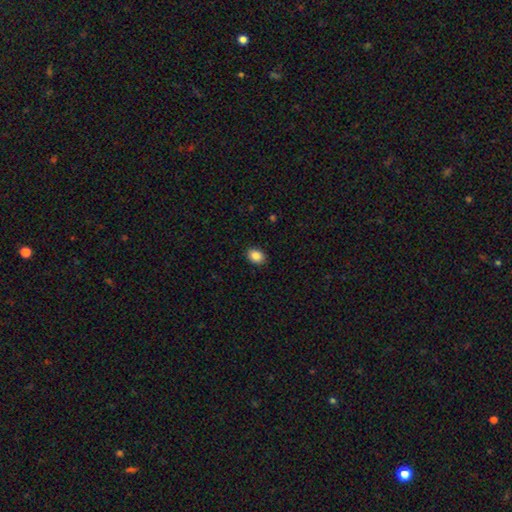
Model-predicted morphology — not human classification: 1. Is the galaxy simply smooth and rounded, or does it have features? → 87% smooth, 9% star or artifact, 4% featured or disk.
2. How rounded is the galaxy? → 62% in between, 37% round, 1% cigar-shaped.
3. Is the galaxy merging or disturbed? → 90% none, 7% minor disturbance, 2% major disturbance, 1% merger.